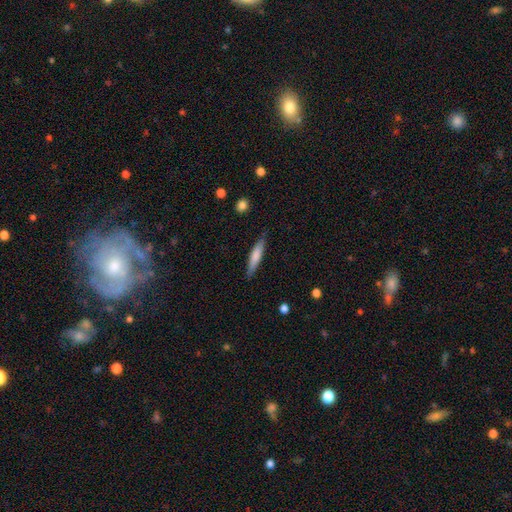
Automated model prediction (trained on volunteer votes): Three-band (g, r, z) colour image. It shows a smooth galaxy with no disk features (70%) that is cigar-shaped (87%). Merging: none (85%).